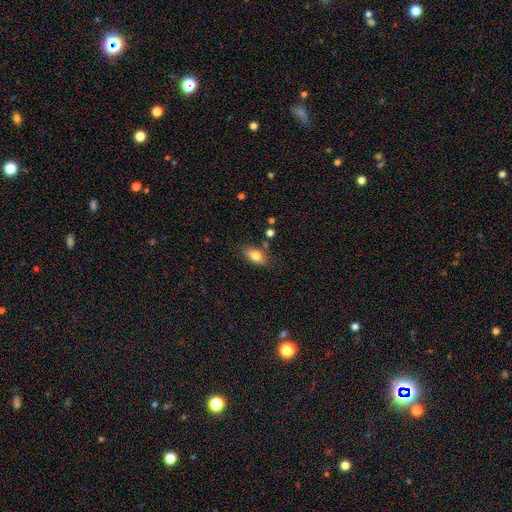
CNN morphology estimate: smooth-or-featured: smooth: 80% | featured or disk: 12% | star or artifact: 8%
  how-rounded: in between: 87% | round: 7% | cigar-shaped: 6%
  merging: none: 79% | minor disturbance: 14% | merger: 4% | major disturbance: 3%